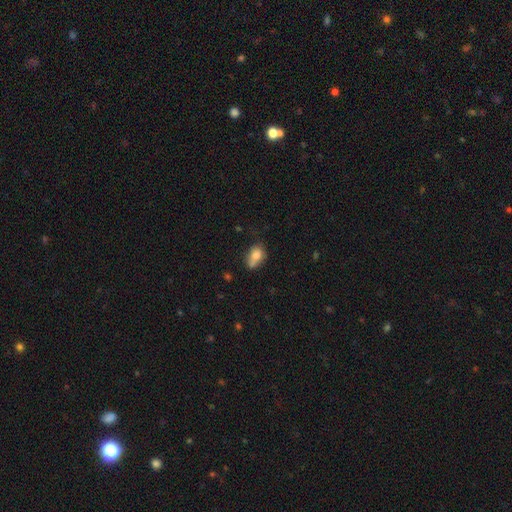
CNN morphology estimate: Smooth or featured?
  - smooth: 77% *
  - featured or disk: 14%
  - star or artifact: 10%
How rounded?
  - in between: 70% *
  - round: 28%
  - cigar-shaped: 2%
Merging?
  - none: 37% *
  - merger: 28%
  - minor disturbance: 25%
  - major disturbance: 10%